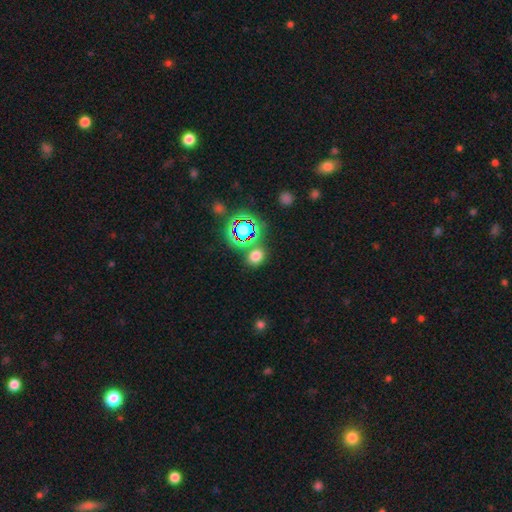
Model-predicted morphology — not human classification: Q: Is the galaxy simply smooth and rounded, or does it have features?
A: smooth — 68%.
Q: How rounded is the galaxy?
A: round — 56%.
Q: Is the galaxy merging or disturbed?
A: none — 76%.